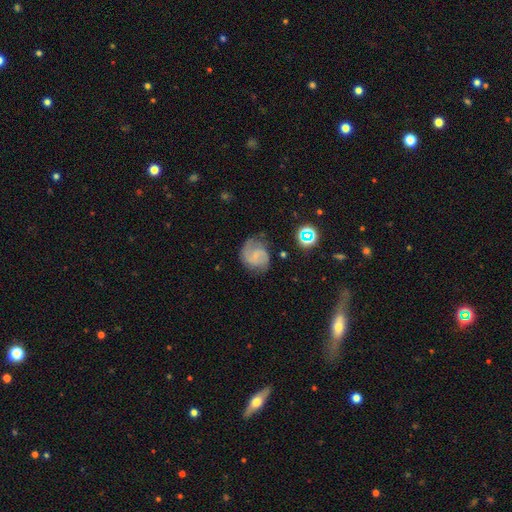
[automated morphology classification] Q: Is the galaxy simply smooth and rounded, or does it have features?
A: featured or disk — 67%.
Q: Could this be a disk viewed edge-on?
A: no — 98%.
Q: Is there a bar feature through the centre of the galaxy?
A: weak — 47%.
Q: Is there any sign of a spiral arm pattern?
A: yes — 93%.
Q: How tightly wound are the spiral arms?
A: medium — 49%.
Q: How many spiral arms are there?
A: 2 — 81%.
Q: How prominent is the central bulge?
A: none — 46%.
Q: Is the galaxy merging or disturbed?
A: none — 66%.